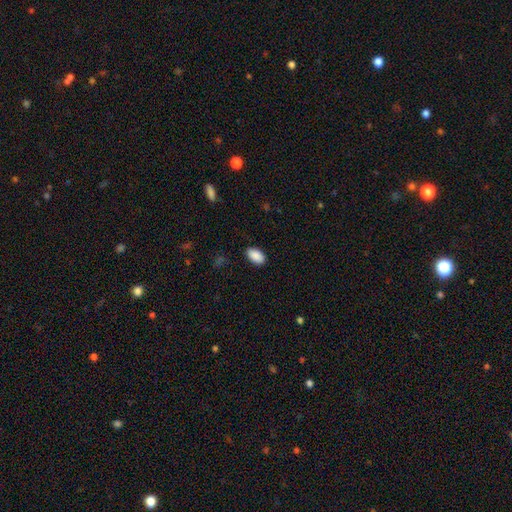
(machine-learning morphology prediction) This appears to be a smooth galaxy with no disk features (90%) that is in between round and cigar-shaped (94%). Merging: none (88%).